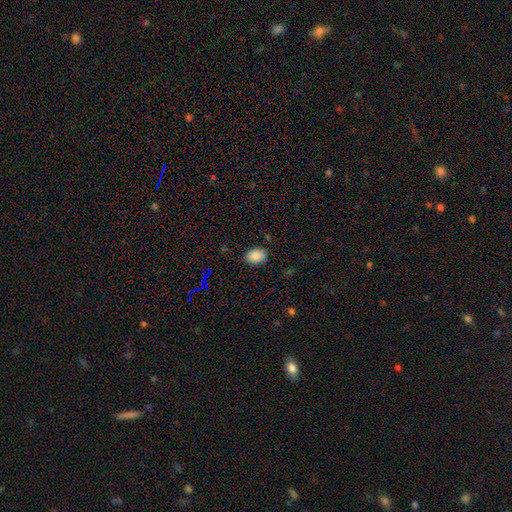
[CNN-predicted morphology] Smooth or featured?
  - smooth: 87% *
  - star or artifact: 9%
  - featured or disk: 4%
How rounded?
  - in between: 75% *
  - round: 24%
  - cigar-shaped: 1%
Merging?
  - none: 86% *
  - minor disturbance: 11%
  - major disturbance: 2%
  - merger: 1%